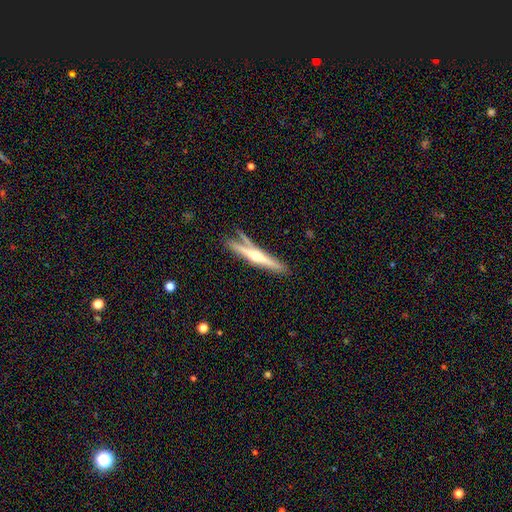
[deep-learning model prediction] featured or disk 70%, smooth 25%, star or artifact 5%. Down the decision tree: edge-on disk — yes (96%); edge-on bulge — rounded (90%); merging — none (72%).